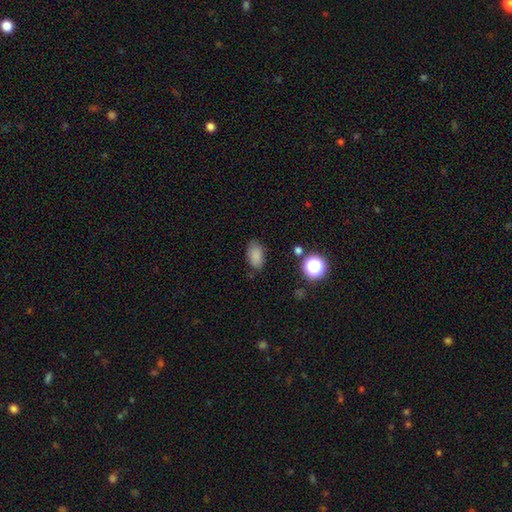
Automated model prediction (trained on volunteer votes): smooth_or_featured: smooth (p=0.82) [alt: star or artifact p=0.12]
how_rounded: in between (p=0.89) [alt: round p=0.09]
merging: none (p=0.77) [alt: minor disturbance p=0.17]